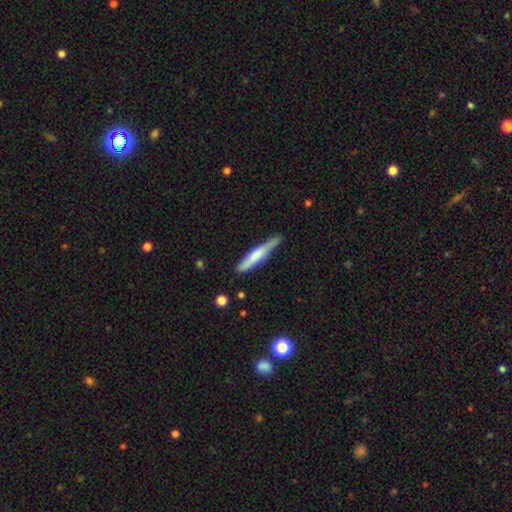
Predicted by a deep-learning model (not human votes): Q: Smooth or featured?
A: smooth (59%); runner-up: featured or disk (35%)
Q: How rounded?
A: cigar-shaped (91%); runner-up: in between (8%)
Q: Merging?
A: none (71%); runner-up: minor disturbance (23%)